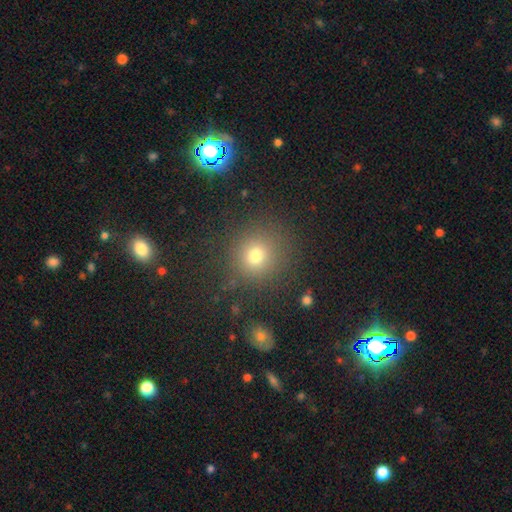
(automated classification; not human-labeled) This appears to be a smooth galaxy with no disk features (73%) that is round (89%). Merging: none (84%).